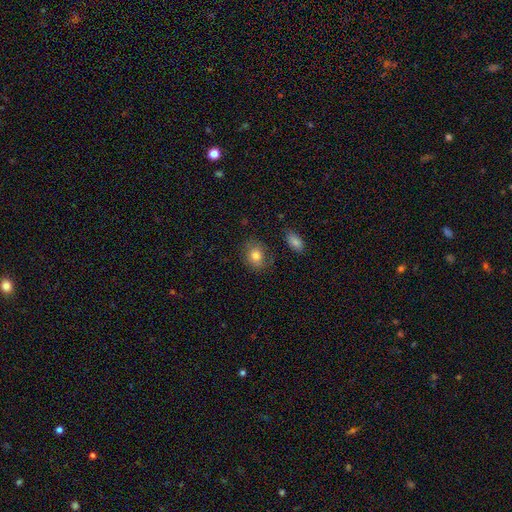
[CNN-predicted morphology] smooth_or_featured: smooth (p=0.80) [alt: featured or disk p=0.11]
how_rounded: round (p=0.55) [alt: in between p=0.44]
merging: none (p=0.75) [alt: minor disturbance p=0.17]